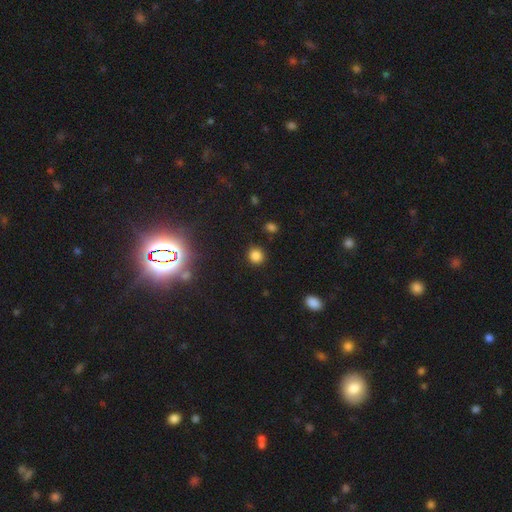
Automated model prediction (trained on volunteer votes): Smooth or featured: smooth — 81% (star or artifact — 15%)
How rounded: round — 89% (in between — 10%)
Merging: none — 88% (minor disturbance — 7%)